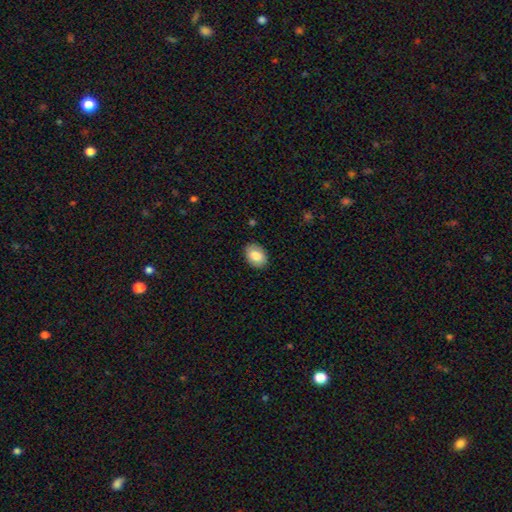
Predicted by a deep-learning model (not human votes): Smooth or featured? smooth (80%)
How rounded? in between (76%)
Merging? none (87%)